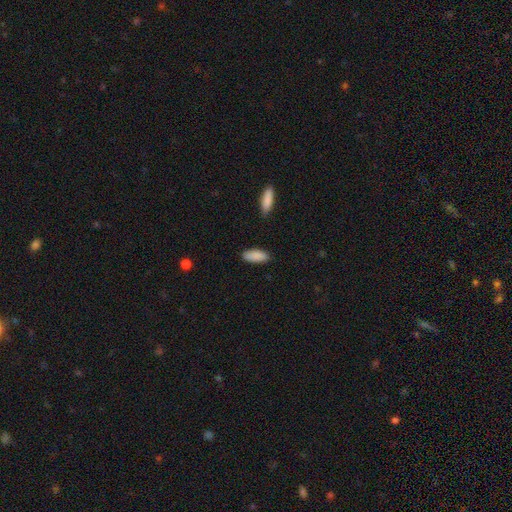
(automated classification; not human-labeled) Overall: smooth (89%). How rounded: in between (79%). Merging: none (86%).